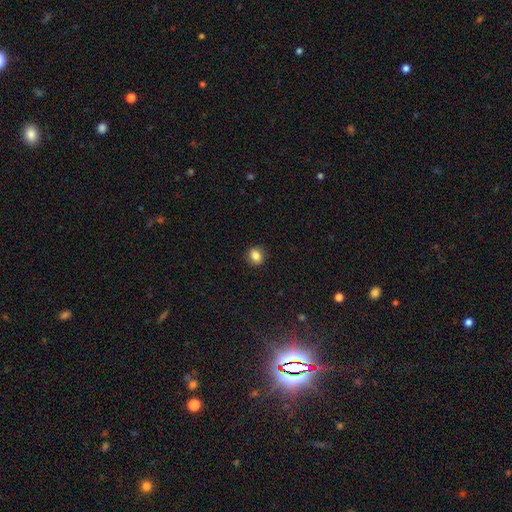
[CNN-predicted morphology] Smooth or featured? smooth (84%)
How rounded? round (71%)
Merging? none (89%)